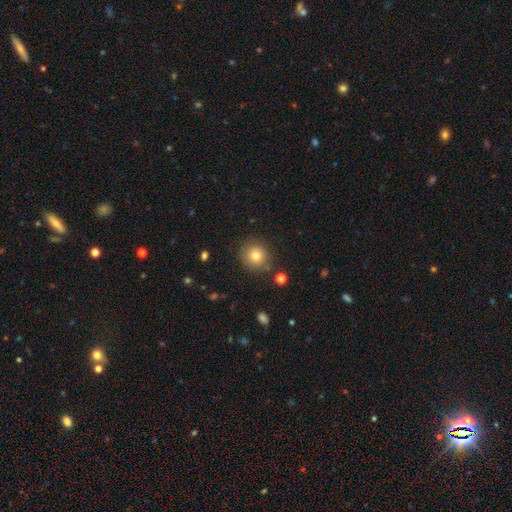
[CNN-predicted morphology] Smooth or featured: smooth — 77% (star or artifact — 12%)
How rounded: round — 92% (in between — 7%)
Merging: none — 83% (minor disturbance — 11%)